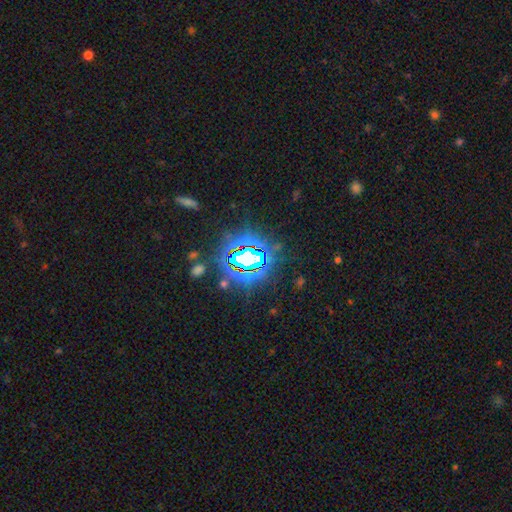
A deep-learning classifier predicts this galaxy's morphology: Q: Smooth or featured?
A: star or artifact (83%); runner-up: smooth (10%)